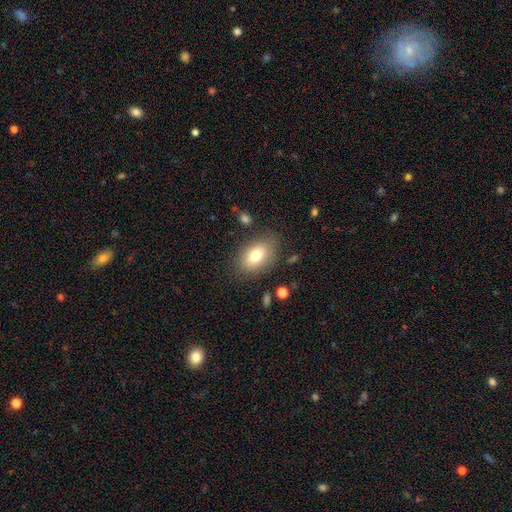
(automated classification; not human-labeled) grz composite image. It shows a smooth galaxy with no disk features (77%) that is in between round and cigar-shaped (85%). Merging: none (79%).